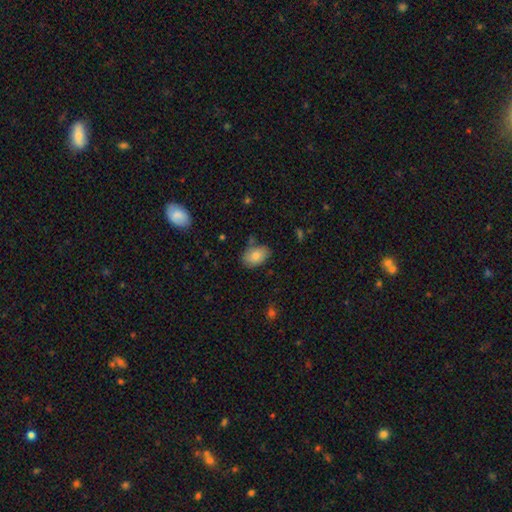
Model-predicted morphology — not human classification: A smooth galaxy with no disk features (84%) that is in between round and cigar-shaped (88%). Merging: none (75%).